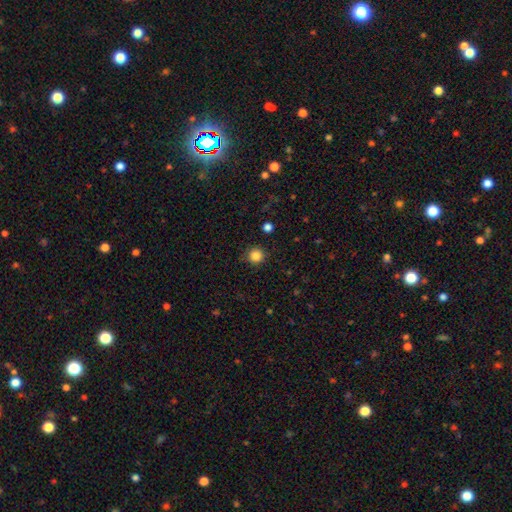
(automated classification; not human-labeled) A smooth galaxy with no disk features (85%) that is round (94%). Merging: none (88%).